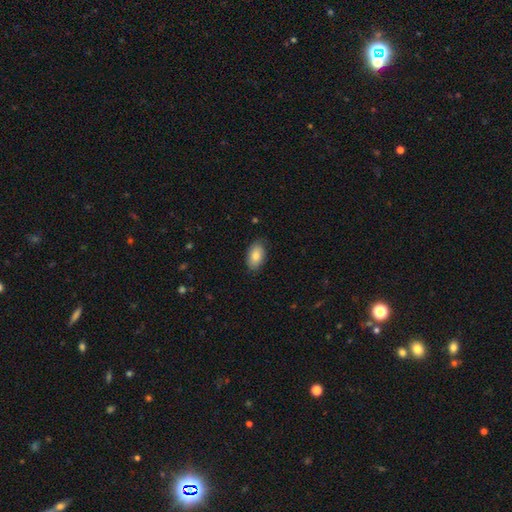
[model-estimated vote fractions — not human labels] Smooth or featured: smooth — 84% (featured or disk — 10%)
How rounded: in between — 93% (round — 5%)
Merging: none — 83% (minor disturbance — 13%)